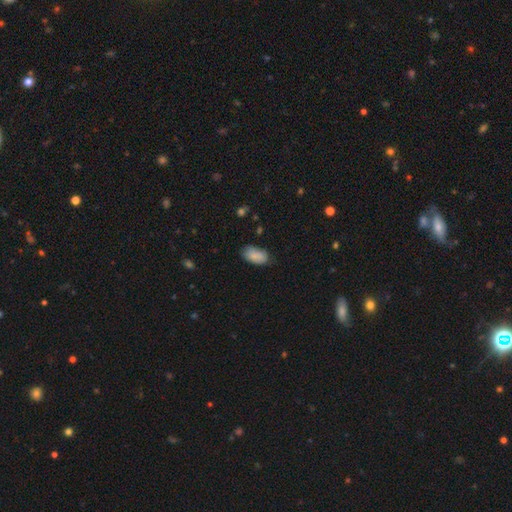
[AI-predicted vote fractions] A smooth galaxy with no disk features (84%) that is in between round and cigar-shaped (94%). Merging: none (74%).